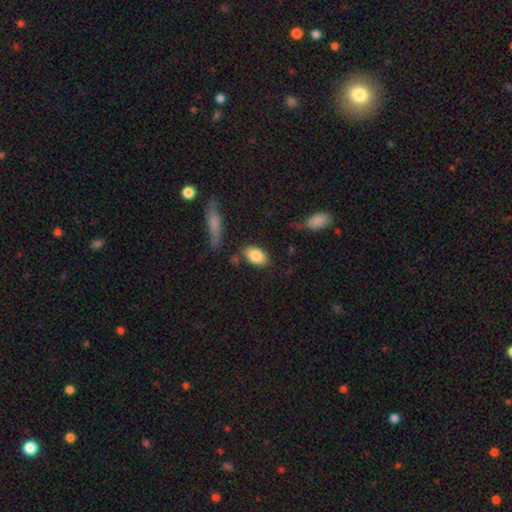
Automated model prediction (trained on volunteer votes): smooth_or_featured: smooth (p=0.85) [alt: featured or disk p=0.08]
how_rounded: in between (p=0.91) [alt: round p=0.07]
merging: none (p=0.77) [alt: minor disturbance p=0.14]